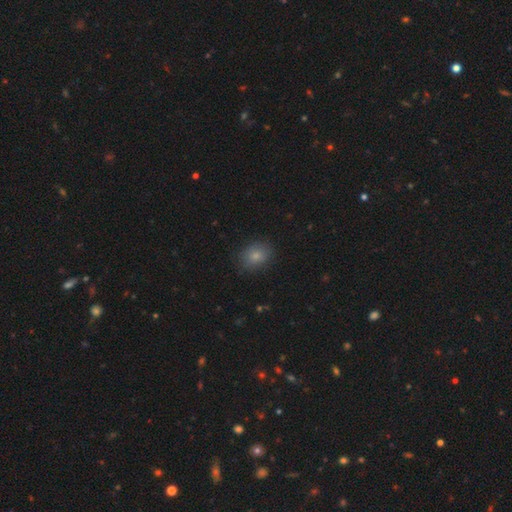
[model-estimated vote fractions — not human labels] smooth 82%, star or artifact 10%, featured or disk 8%. Down the decision tree: how rounded — in between (56%); merging — none (83%).